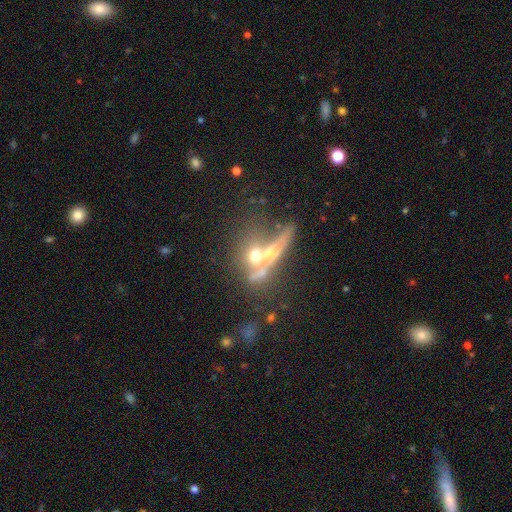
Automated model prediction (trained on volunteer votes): smooth_or_featured: smooth (p=0.44) [alt: featured or disk p=0.42]
merging: merger (p=0.62) [alt: none p=0.20]